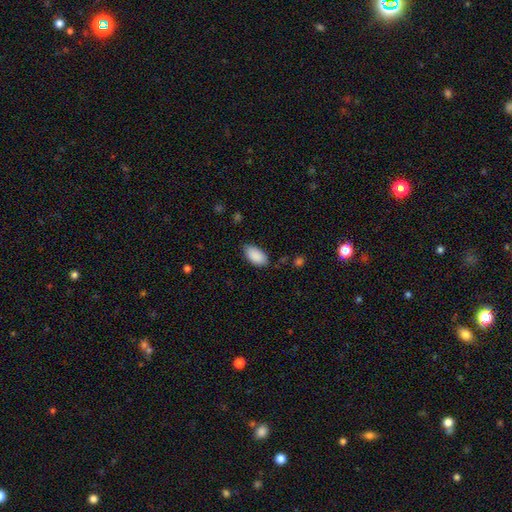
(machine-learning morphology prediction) Smooth or featured? Predicted: smooth (p=0.90). How rounded? Predicted: in between (p=0.95). Merging? Predicted: none (p=0.81).